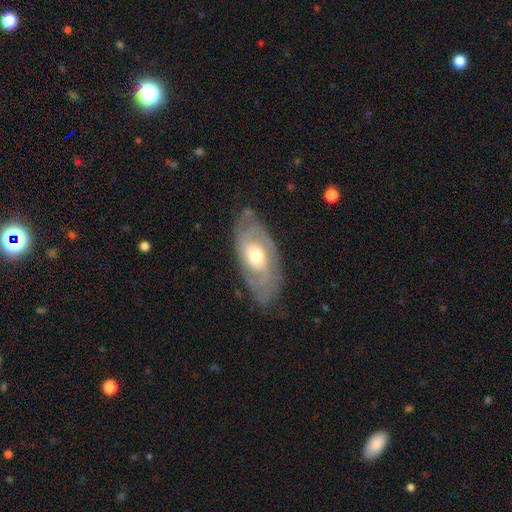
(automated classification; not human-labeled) This is likely a featured or disk galaxy (77%). It is clearly not viewed edge-on (90%). Bar: likely no (72%). Spiral arm pattern: clearly yes (84%). Spiral arm count: possibly 2 (45%). Spiral winding: possibly tight (59%). Central bulge: likely moderate (69%). Merging: likely none (75%).